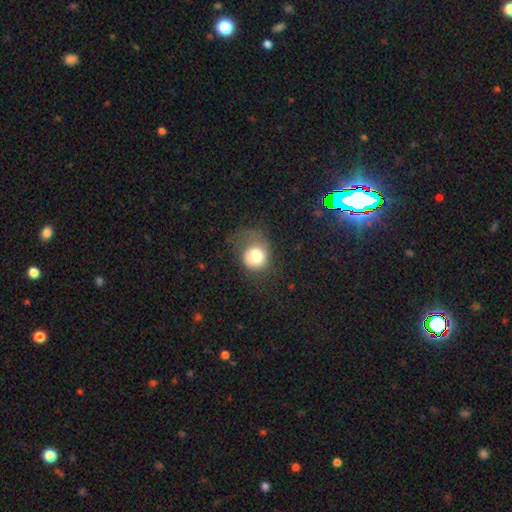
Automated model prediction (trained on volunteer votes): smooth 75%, featured or disk 15%, star or artifact 10%. Down the decision tree: how rounded — round (75%); merging — none (38%).